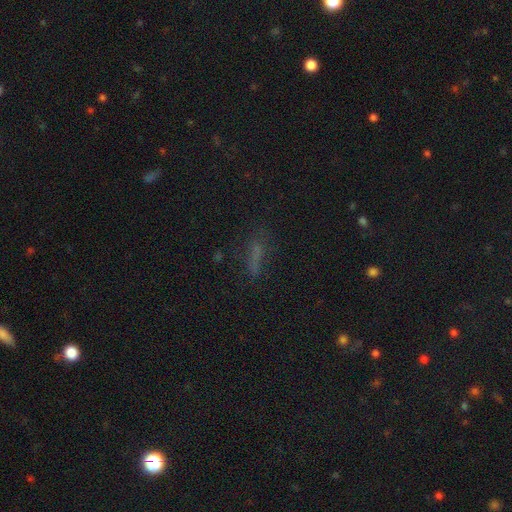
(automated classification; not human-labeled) Q: Smooth or featured?
A: smooth (56%); runner-up: star or artifact (26%)
Q: How rounded?
A: cigar-shaped (69%); runner-up: in between (27%)
Q: Merging?
A: none (66%); runner-up: minor disturbance (18%)